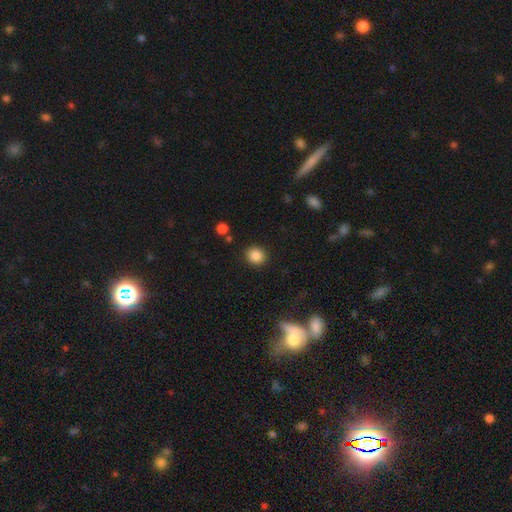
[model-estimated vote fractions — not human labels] Smooth or featured: smooth — 86% (star or artifact — 9%)
How rounded: round — 80% (in between — 19%)
Merging: none — 89% (minor disturbance — 7%)